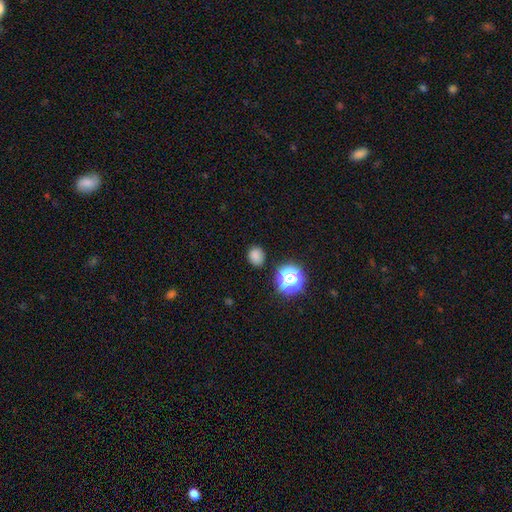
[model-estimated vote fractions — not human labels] This appears to be a smooth galaxy with no disk features (79%) that is round (73%). Merging: none (84%).